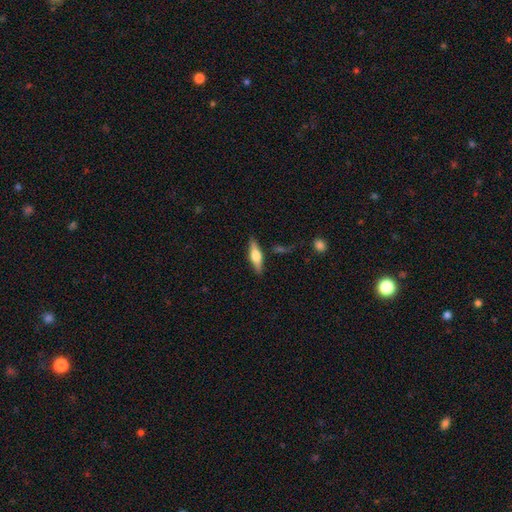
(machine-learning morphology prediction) A featured or disk galaxy (55%) viewed edge-on (94%) with a rounded central bulge (90%).

Vote fractions:
- Smooth or featured? featured or disk: 55% / smooth: 38% / star or artifact: 6%
- Edge-on disk? yes: 94% / no: 6%
- Edge-on bulge? rounded: 90% / boxy: 8% / none: 2%
- Merging? none: 84% / minor disturbance: 10% / merger: 3% / major disturbance: 3%